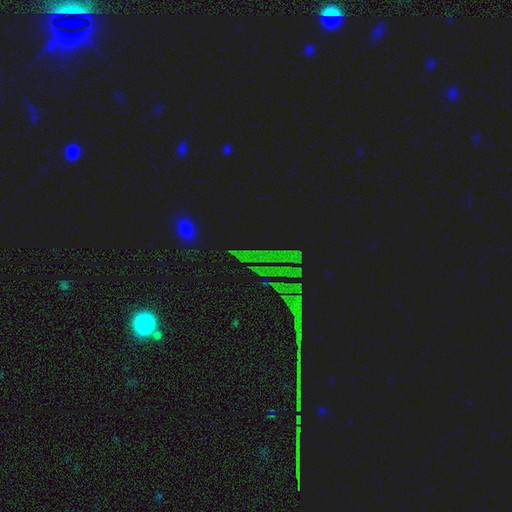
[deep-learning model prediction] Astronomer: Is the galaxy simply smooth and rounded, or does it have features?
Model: star or artifact — 80%.